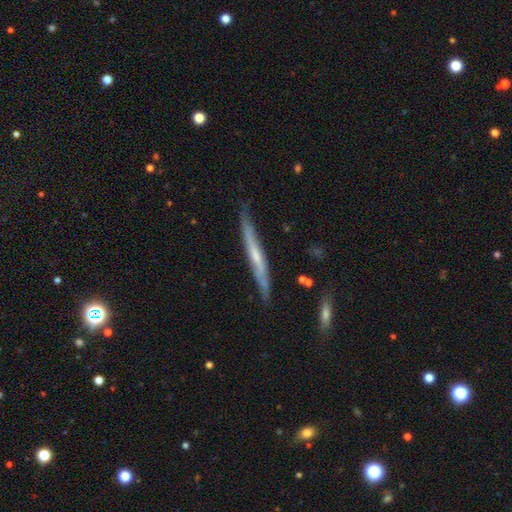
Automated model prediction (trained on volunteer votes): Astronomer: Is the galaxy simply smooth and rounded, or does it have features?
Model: featured or disk — 68%.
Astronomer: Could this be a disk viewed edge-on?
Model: yes — 94%.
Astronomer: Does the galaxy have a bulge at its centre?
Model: none — 47%, tied with rounded at 47%.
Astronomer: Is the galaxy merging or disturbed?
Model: none — 81%.